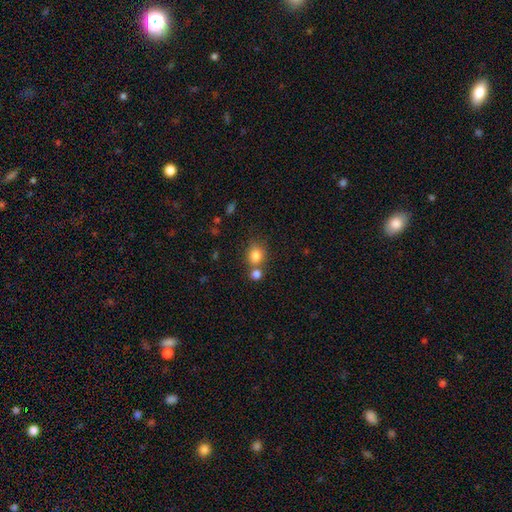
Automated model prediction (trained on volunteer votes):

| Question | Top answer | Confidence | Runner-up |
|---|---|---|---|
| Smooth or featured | smooth | 82% | star or artifact (11%) |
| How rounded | round | 69% | in between (30%) |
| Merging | none | 57% | merger (28%) |